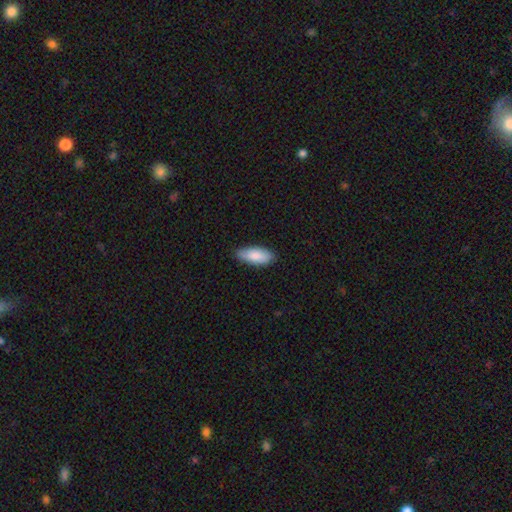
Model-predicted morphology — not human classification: smooth_or_featured: smooth (p=0.85) [alt: featured or disk p=0.09]
how_rounded: in between (p=0.85) [alt: cigar-shaped p=0.14]
merging: none (p=0.83) [alt: minor disturbance p=0.14]